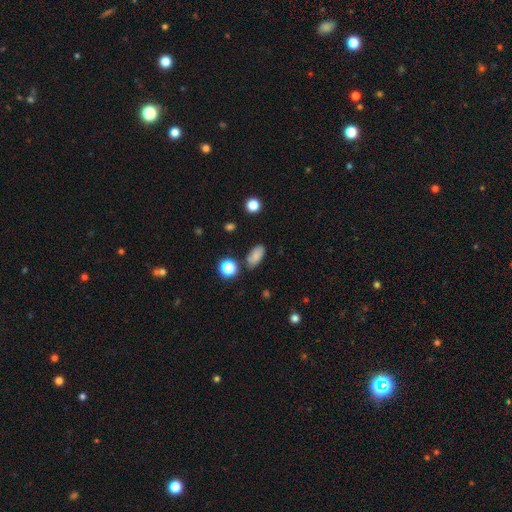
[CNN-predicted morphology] Smooth or featured? Predicted: smooth (p=0.76). How rounded? Predicted: in between (p=0.88). Merging? Predicted: none (p=0.73).